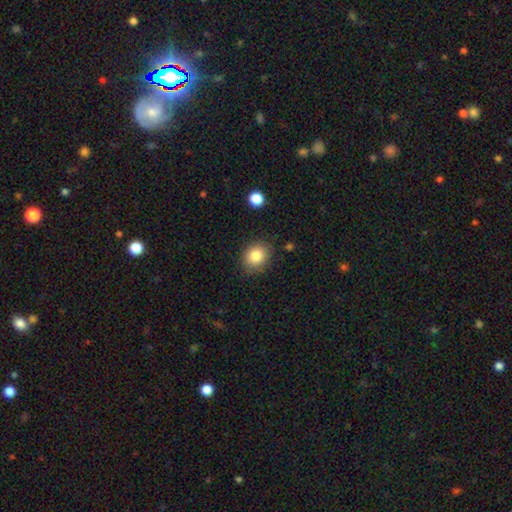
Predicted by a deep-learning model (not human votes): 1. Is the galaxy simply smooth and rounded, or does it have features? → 83% smooth, 9% star or artifact, 7% featured or disk.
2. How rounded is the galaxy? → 59% round, 40% in between, 1% cigar-shaped.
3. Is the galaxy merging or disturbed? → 83% none, 12% minor disturbance, 3% major disturbance, 2% merger.